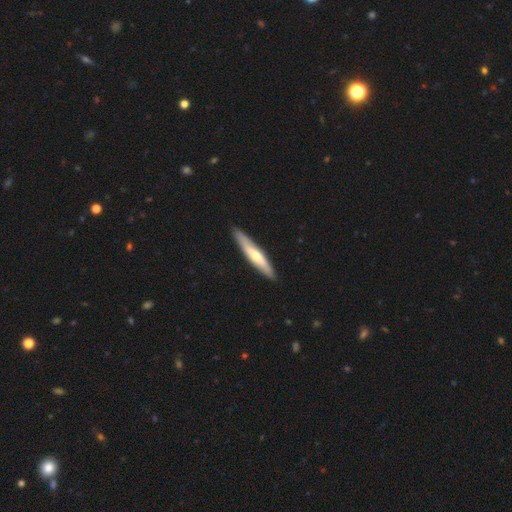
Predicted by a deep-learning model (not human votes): smooth 49%, featured or disk 47%, star or artifact 5%. Down the decision tree: merging — none (89%).